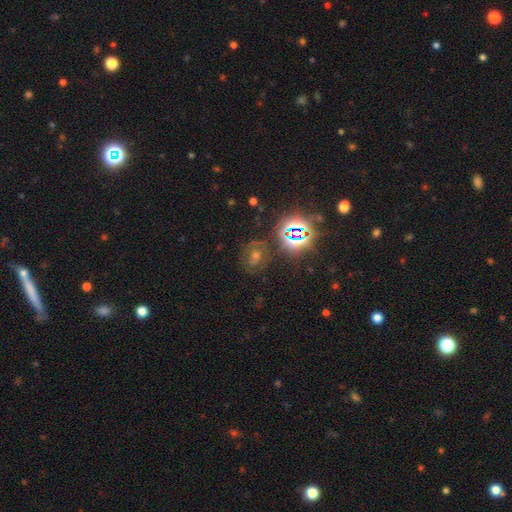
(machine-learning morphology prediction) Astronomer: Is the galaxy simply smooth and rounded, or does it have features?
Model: star or artifact — 58%.